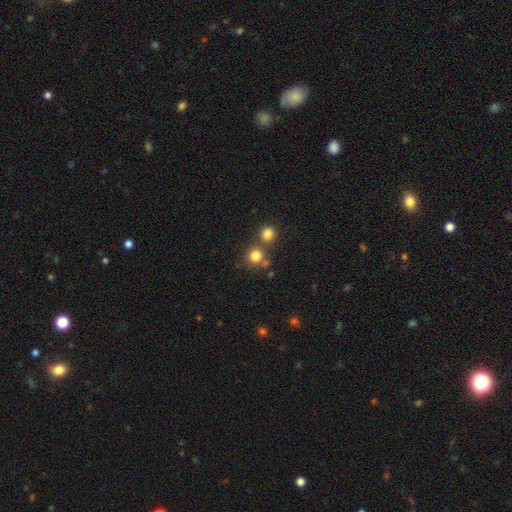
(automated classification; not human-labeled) Smooth or featured: smooth — 80% (star or artifact — 13%)
How rounded: round — 89% (in between — 10%)
Merging: none — 63% (merger — 25%)